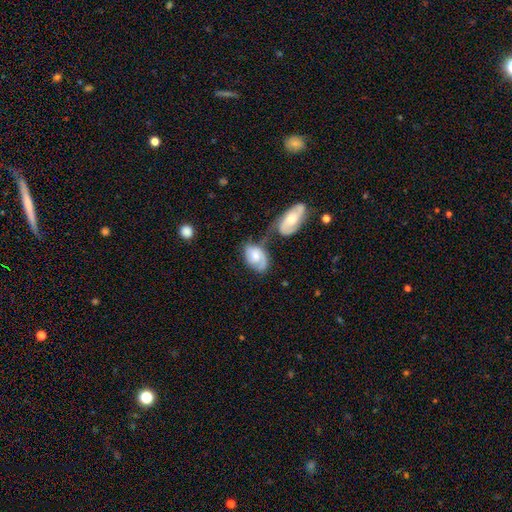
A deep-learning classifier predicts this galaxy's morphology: A featured or disk galaxy (51%).

Vote fractions:
- Smooth or featured? featured or disk: 51% / smooth: 43% / star or artifact: 6%
- Edge-on disk? no: 95% / yes: 5%
- Merging? merger: 39% / none: 27% / minor disturbance: 19% / major disturbance: 15%